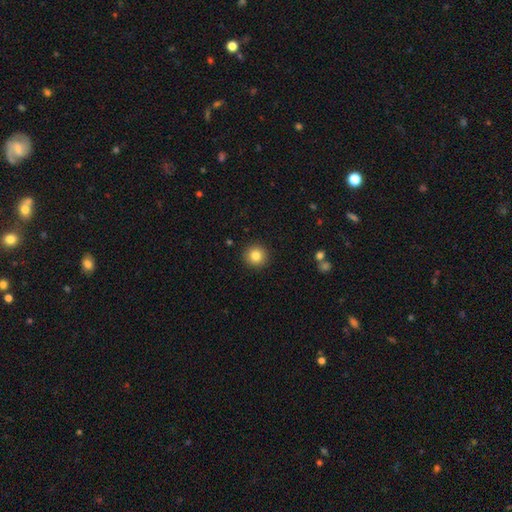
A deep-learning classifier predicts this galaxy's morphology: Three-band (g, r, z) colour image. It shows a smooth galaxy with no disk features (83%) that is round (94%). Merging: none (92%).